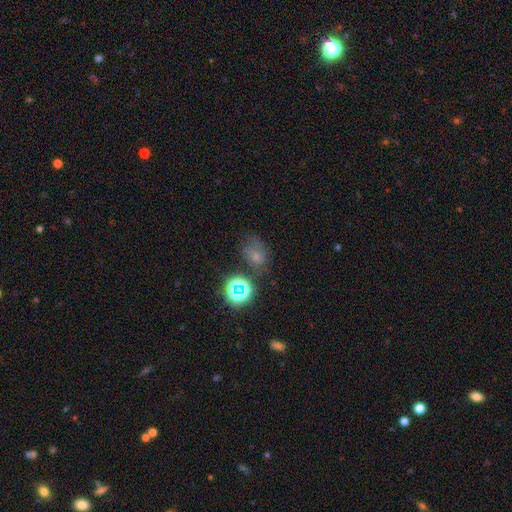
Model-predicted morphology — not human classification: Overall: smooth (51%; star or artifact 30%). How rounded: in between (57%; round 41%). Merging: none (47%; minor disturbance 27%).